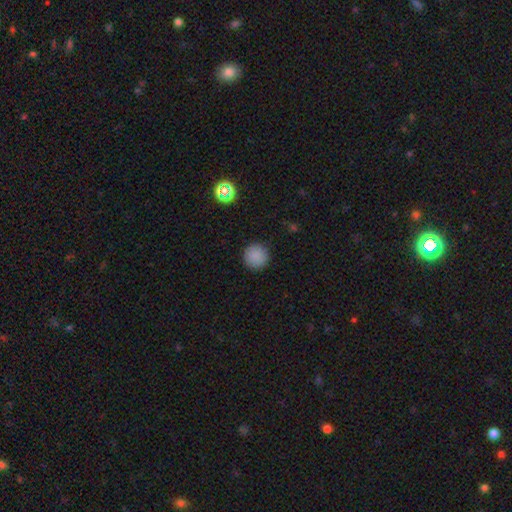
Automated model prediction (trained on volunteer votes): smooth_or_featured: smooth (p=0.86) [alt: star or artifact p=0.10]
how_rounded: round (p=0.95) [alt: in between p=0.04]
merging: none (p=0.91) [alt: minor disturbance p=0.06]